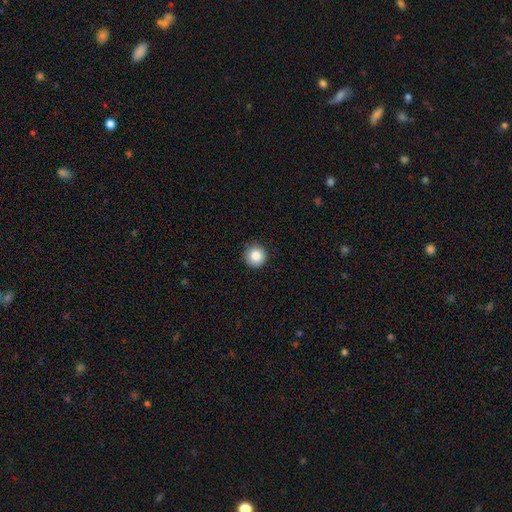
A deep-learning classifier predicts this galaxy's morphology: Smooth or featured: smooth — 85% (star or artifact — 10%)
How rounded: round — 96% (in between — 3%)
Merging: none — 90% (minor disturbance — 7%)